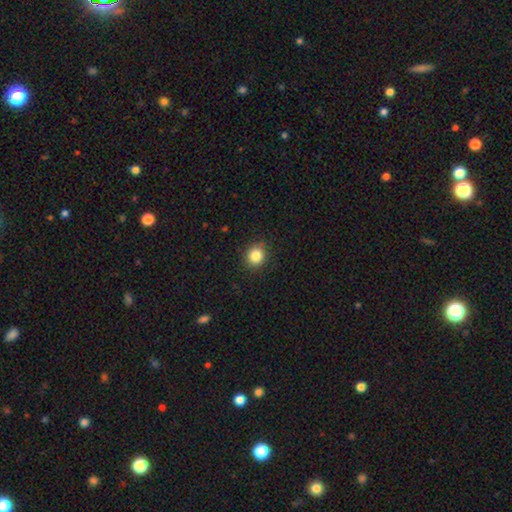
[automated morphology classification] Q: Smooth or featured?
A: smooth (84%); runner-up: star or artifact (11%)
Q: How rounded?
A: round (86%); runner-up: in between (13%)
Q: Merging?
A: none (89%); runner-up: minor disturbance (8%)